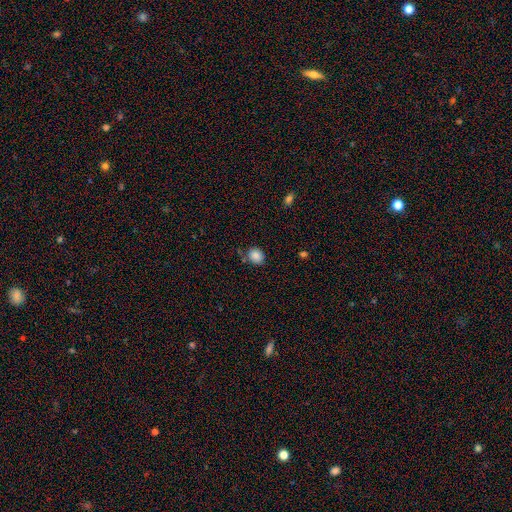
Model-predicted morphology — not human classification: Smooth or featured? Predicted: smooth (p=0.86). How rounded? Predicted: round (p=0.66). Merging? Predicted: none (p=0.76).